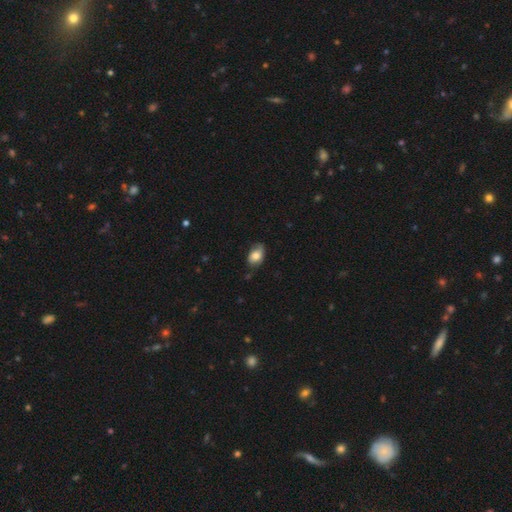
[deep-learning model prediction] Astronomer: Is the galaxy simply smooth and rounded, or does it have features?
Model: smooth — 71%.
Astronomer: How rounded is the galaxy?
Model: in between — 86%.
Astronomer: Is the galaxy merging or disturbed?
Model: none — 62%.